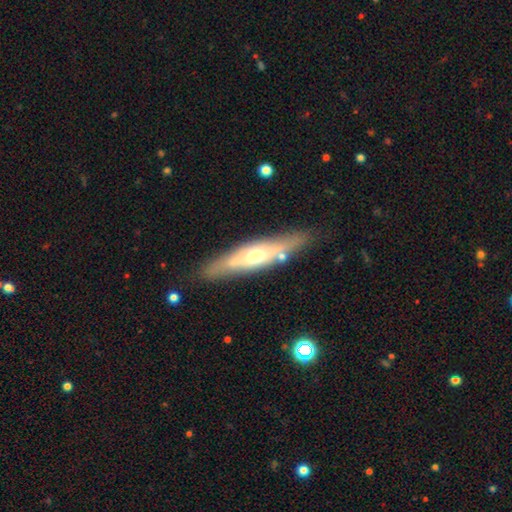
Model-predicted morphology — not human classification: Smooth or featured? featured or disk (59%)
Edge-on disk? yes (70%)
Merging? none (79%)